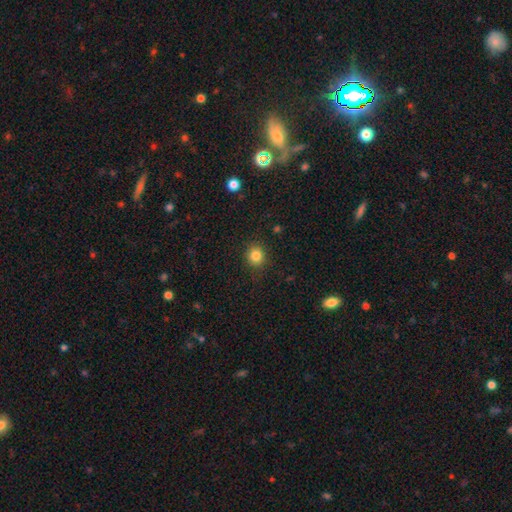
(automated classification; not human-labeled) This appears to be a smooth galaxy with no disk features (84%) that is round (85%). Merging: none (89%).